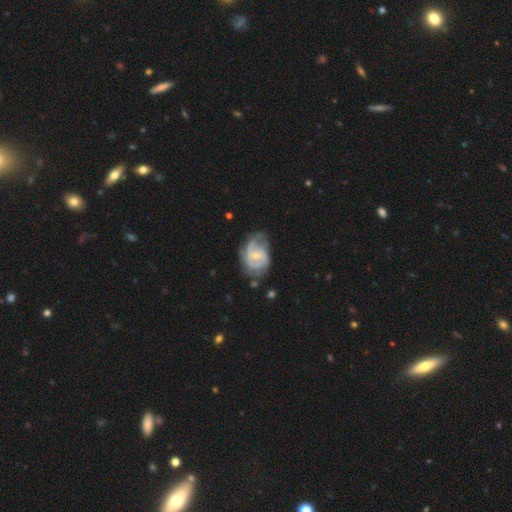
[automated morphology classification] Overall: featured or disk (81%). Edge-on disk: no (98%). Bar: no (46%; weak 44%). Spiral arms: yes (92%). Spiral arm count: 2 (57%; can't tell 20%). Spiral winding: medium (46%; tight 39%). Bulge size: small (61%; moderate 34%). Merging: none (51%; minor disturbance 29%).